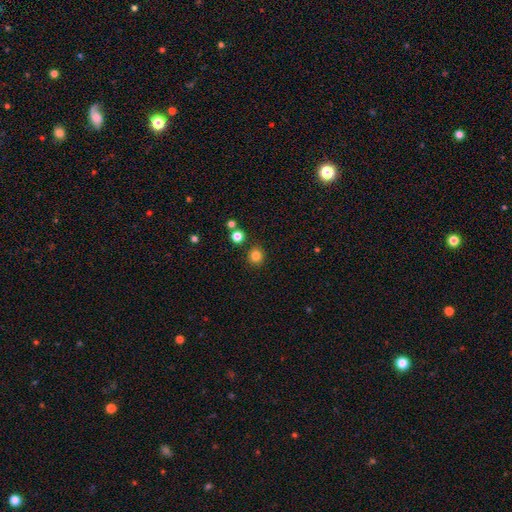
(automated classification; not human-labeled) The model was most divided on "smooth or featured": smooth: 83%, star or artifact: 13%, featured or disk: 5%. More confident: how rounded — round (91%); merging — none (88%).